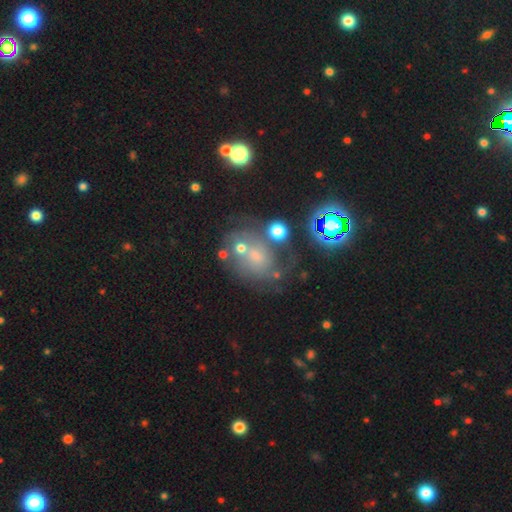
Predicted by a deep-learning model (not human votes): This appears to be a featured or disk galaxy (43%). Merging: none (46%).